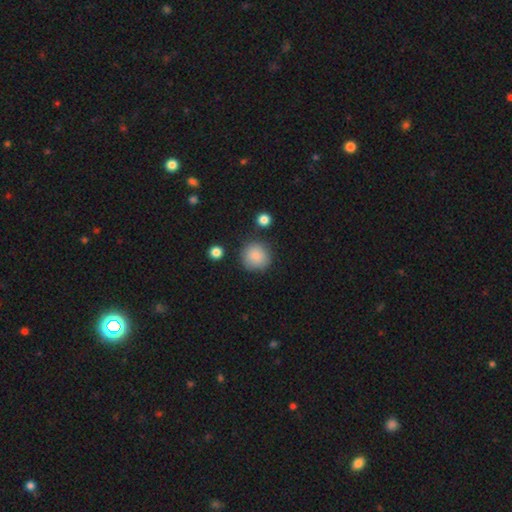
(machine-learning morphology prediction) Smooth or featured? smooth (87%)
How rounded? round (92%)
Merging? none (83%)